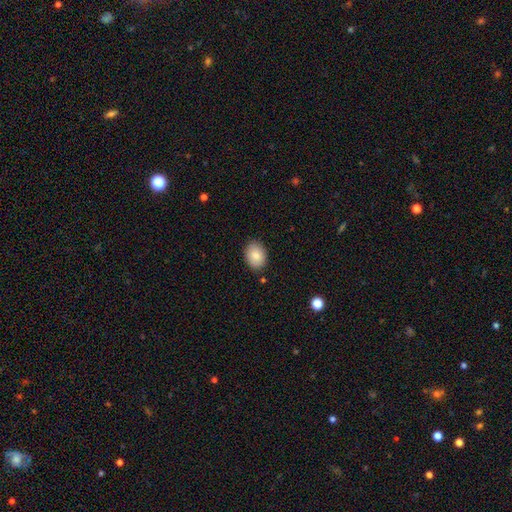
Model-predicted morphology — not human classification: type=smooth (83%); roundness=in between (71%); merging=none (87%).